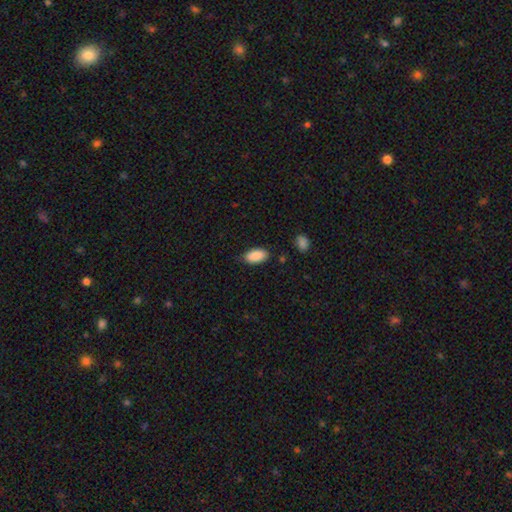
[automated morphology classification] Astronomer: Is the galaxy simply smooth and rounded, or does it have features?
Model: smooth — 90%.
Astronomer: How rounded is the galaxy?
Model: in between — 94%.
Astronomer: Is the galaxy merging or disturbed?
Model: none — 81%.